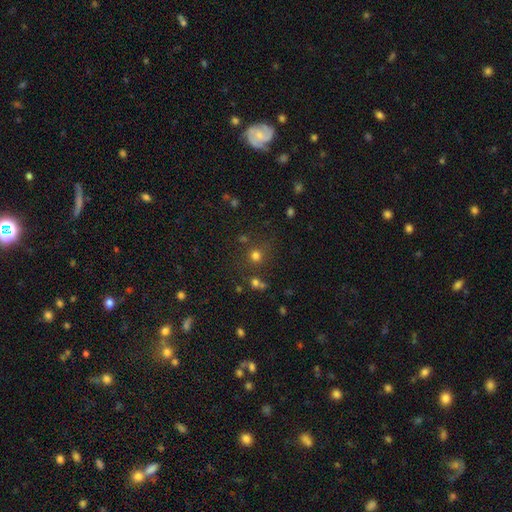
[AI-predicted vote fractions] This is likely a smooth galaxy (72%). How rounded: clearly round (91%). Merging: likely none (75%).